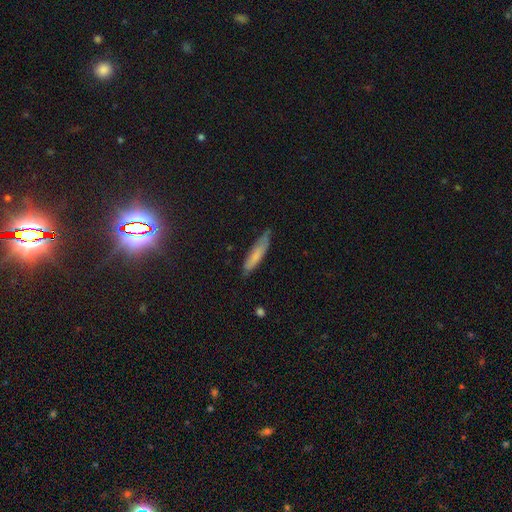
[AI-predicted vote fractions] Smooth or featured? Predicted: smooth (p=0.71). How rounded? Predicted: cigar-shaped (p=0.83). Merging? Predicted: none (p=0.73).